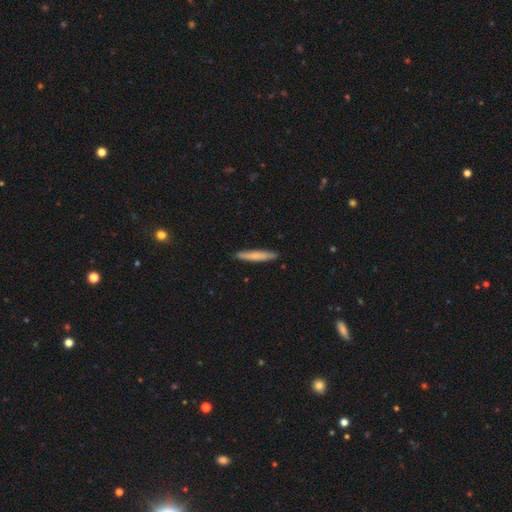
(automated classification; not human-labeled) Smooth or featured?
  - smooth: 72% *
  - featured or disk: 22%
  - star or artifact: 6%
How rounded?
  - cigar-shaped: 94% *
  - in between: 5%
  - round: 1%
Merging?
  - none: 89% *
  - minor disturbance: 8%
  - major disturbance: 1%
  - merger: 1%